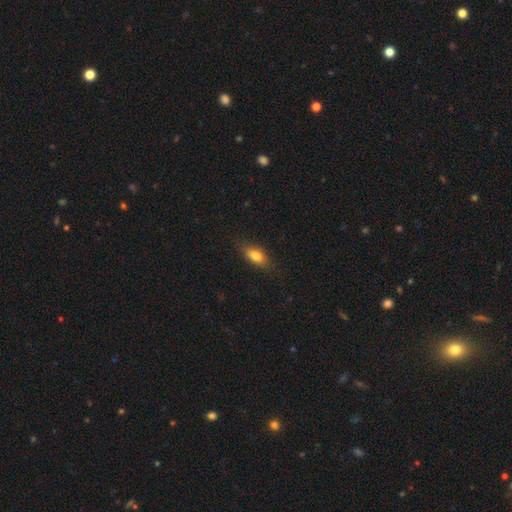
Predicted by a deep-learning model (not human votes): Smooth or featured? smooth (77%)
How rounded? in between (79%)
Merging? none (80%)